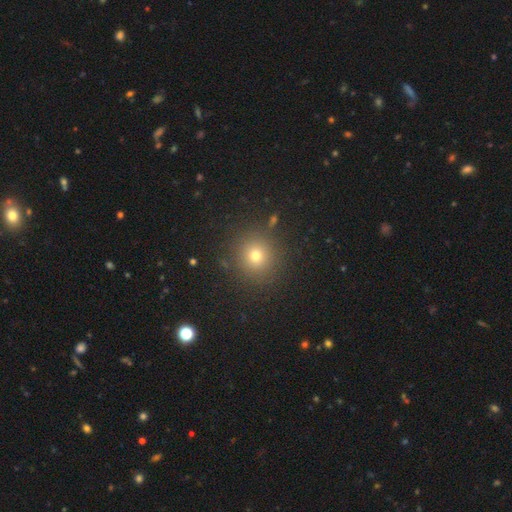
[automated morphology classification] This appears to be a smooth galaxy with no disk features (70%) that is round (94%). Merging: none (89%).